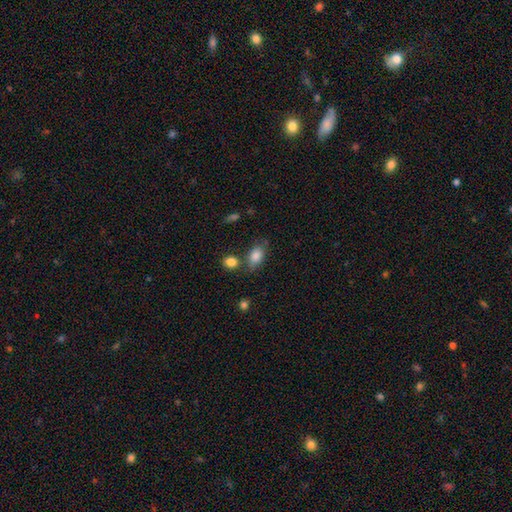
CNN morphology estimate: Overall: smooth (84%). How rounded: in between (85%). Merging: none (63%).